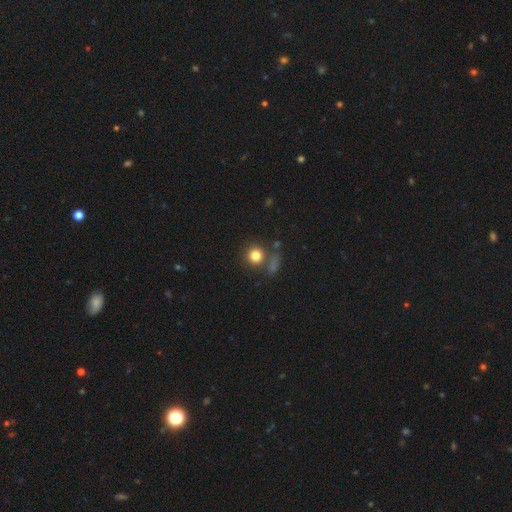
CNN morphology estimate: This appears to be a smooth galaxy with no disk features (81%) that is round (90%). Merging: none (71%).